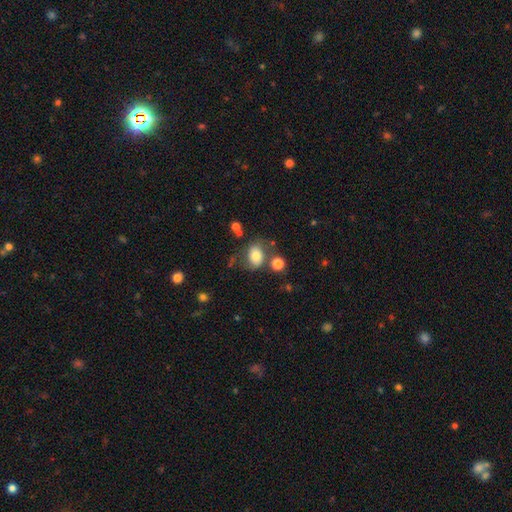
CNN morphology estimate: smooth 74%, featured or disk 15%, star or artifact 10%. Down the decision tree: how rounded — in between (67%); merging — none (58%).